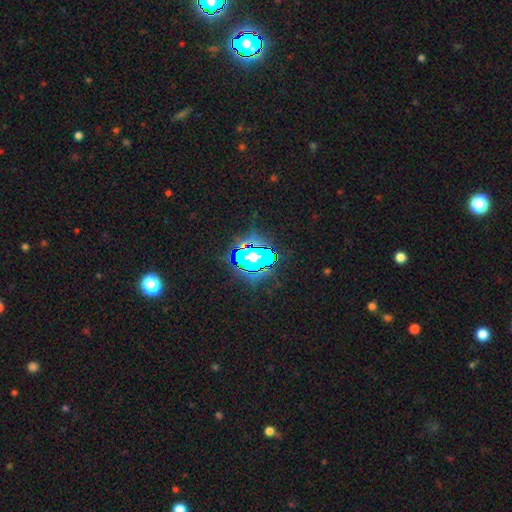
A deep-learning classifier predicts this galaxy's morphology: Smooth or featured?
  - star or artifact: 77% *
  - smooth: 14%
  - featured or disk: 9%